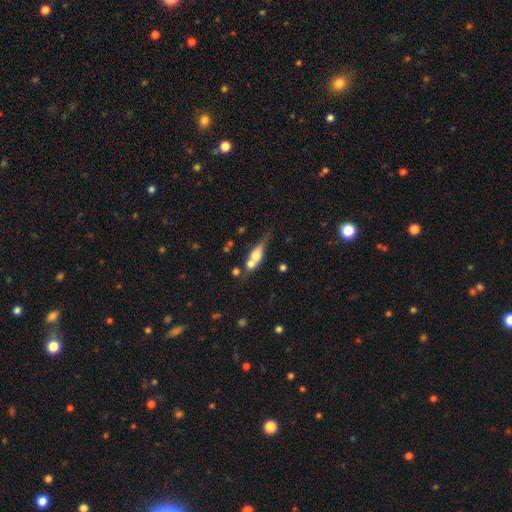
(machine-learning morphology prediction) This is possibly a smooth galaxy (48%). Merging: marginally none (39%, tied with merger).